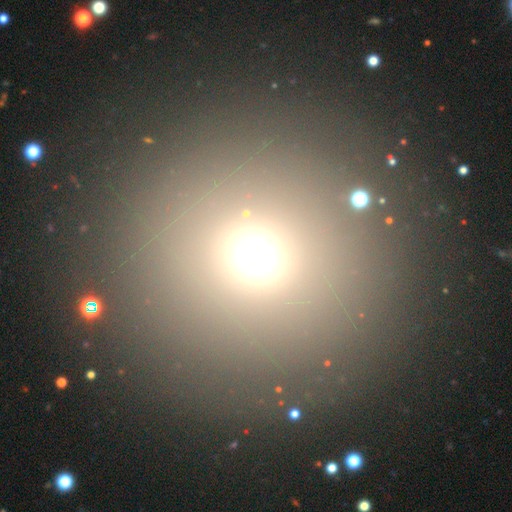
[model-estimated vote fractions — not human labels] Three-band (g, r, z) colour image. It shows a smooth galaxy with no disk features (64%) that is round (91%). Merging: none (86%).